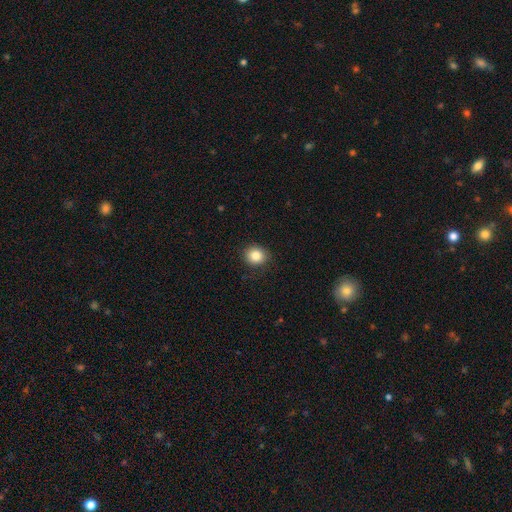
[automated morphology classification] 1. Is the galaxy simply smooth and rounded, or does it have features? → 84% smooth, 10% star or artifact, 6% featured or disk.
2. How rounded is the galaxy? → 79% round, 20% in between, 1% cigar-shaped.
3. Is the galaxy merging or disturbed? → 89% none, 8% minor disturbance, 2% major disturbance, 1% merger.